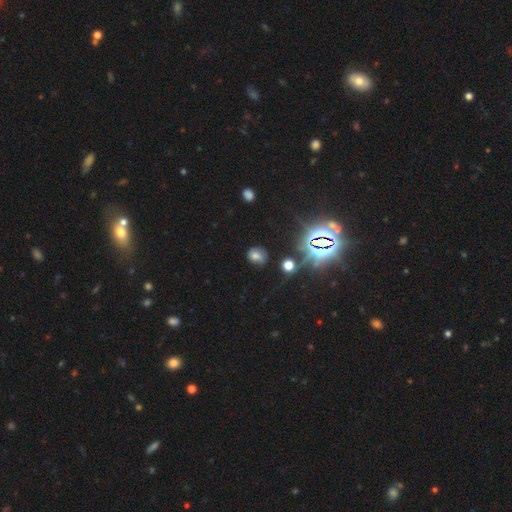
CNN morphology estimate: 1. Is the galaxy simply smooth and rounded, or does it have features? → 57% smooth, 28% star or artifact, 14% featured or disk.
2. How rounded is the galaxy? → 59% round, 40% in between, 1% cigar-shaped.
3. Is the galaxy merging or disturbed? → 71% none, 19% minor disturbance, 6% major disturbance, 4% merger.